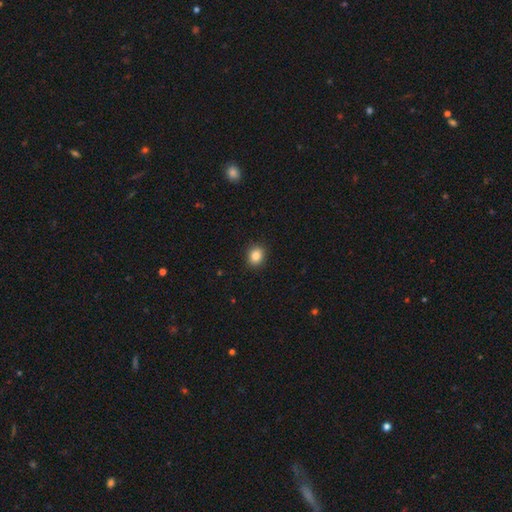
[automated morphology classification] smooth_or_featured: smooth (p=0.85) [alt: star or artifact p=0.10]
how_rounded: round (p=0.59) [alt: in between p=0.40]
merging: none (p=0.91) [alt: minor disturbance p=0.07]